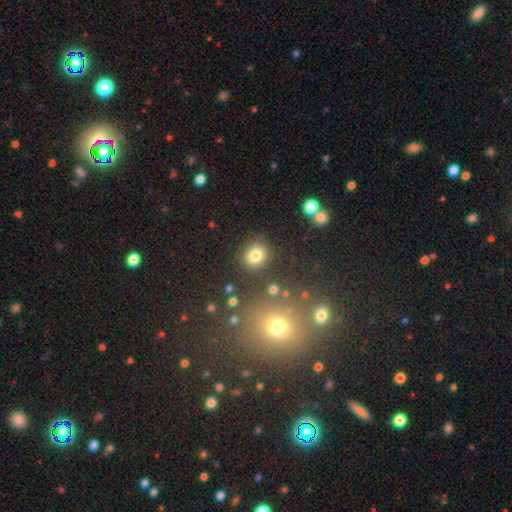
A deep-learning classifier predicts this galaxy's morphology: The model was most divided on "how rounded": round: 78%, in between: 21%, cigar-shaped: 1%. More confident: merging — none (83%); smooth or featured — smooth (81%).